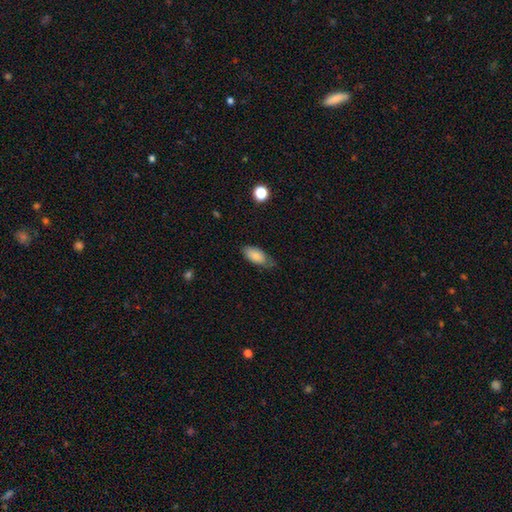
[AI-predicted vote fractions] The model was most divided on "merging": none: 59%, minor disturbance: 32%, major disturbance: 7%, merger: 2%. More confident: how rounded — in between (90%); smooth or featured — smooth (79%).